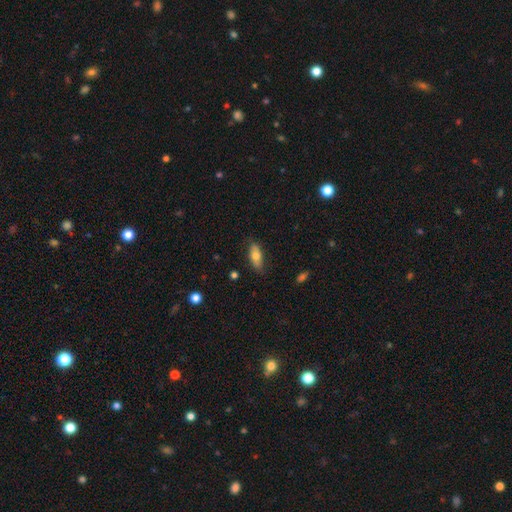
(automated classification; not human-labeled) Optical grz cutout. It shows a smooth galaxy with no disk features (68%) that is in between round and cigar-shaped (79%). Merging: none (77%).